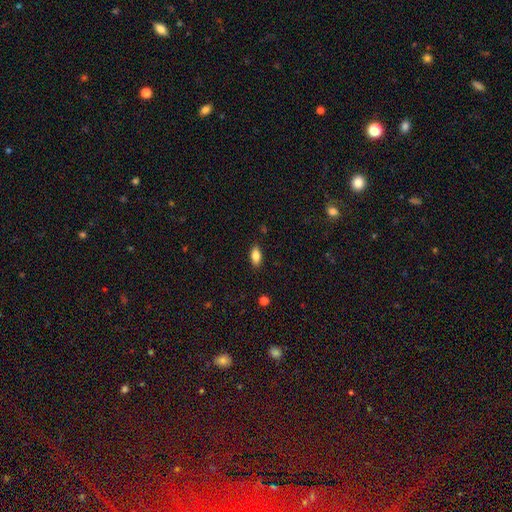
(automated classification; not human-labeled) Overall: smooth (84%). How rounded: in between (89%). Merging: none (86%).